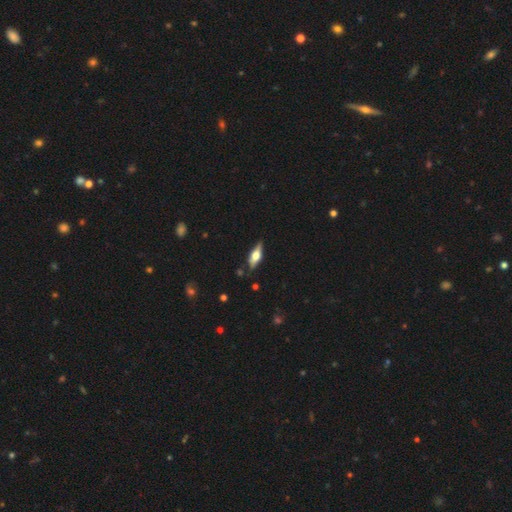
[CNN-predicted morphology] Smooth or featured: featured or disk — 57% (smooth — 36%)
Edge-on disk: yes — 92% (no — 8%)
Edge-on bulge: rounded — 91% (boxy — 8%)
Merging: none — 82% (minor disturbance — 14%)